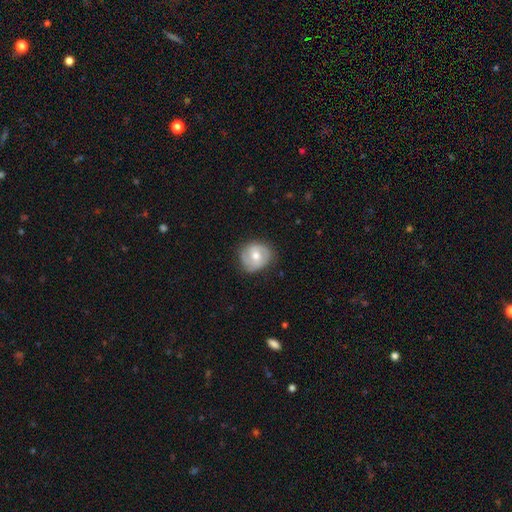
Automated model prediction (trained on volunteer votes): featured or disk 59%, smooth 35%, star or artifact 6%. Down the decision tree: edge-on disk — no (97%); bar — no (63%); spiral arms — yes (76%); bulge size — moderate (76%); merging — none (75%).